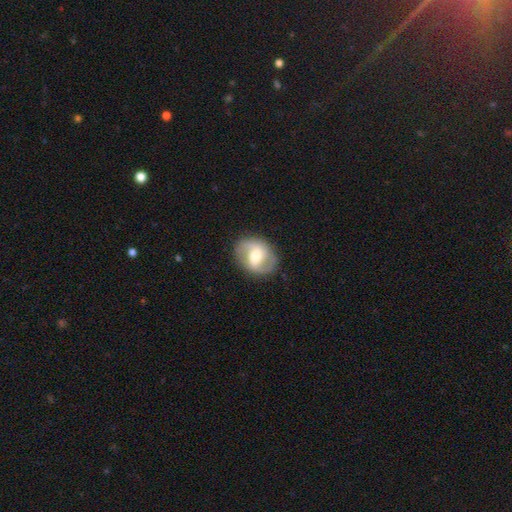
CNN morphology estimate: Overall: featured or disk (72%). Edge-on disk: no (97%). Bar: weak (47%; strong 27%). Spiral arms: yes (85%). Spiral arm count: 2 (89%). Spiral winding: medium (47%; loose 33%). Bulge size: moderate (66%). Merging: none (85%).